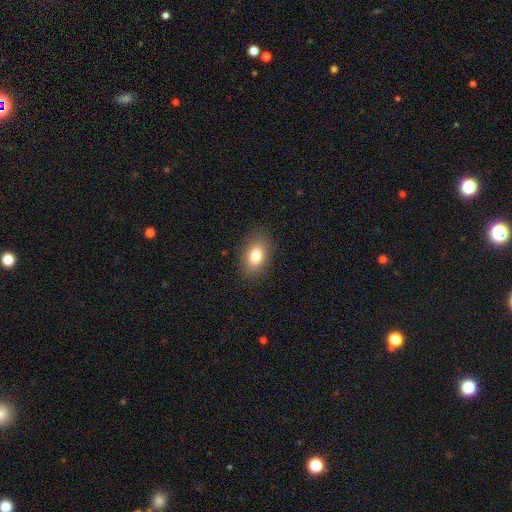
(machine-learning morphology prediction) Overall: smooth (82%). How rounded: in between (85%). Merging: none (85%).